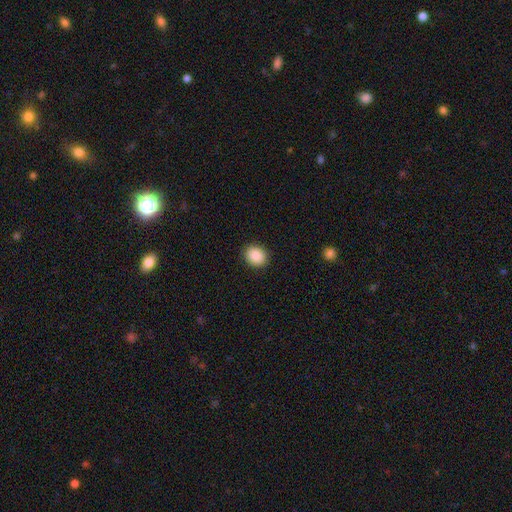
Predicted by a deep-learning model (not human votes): smooth 89%, star or artifact 8%, featured or disk 3%. Down the decision tree: how rounded — round (69%); merging — none (91%).